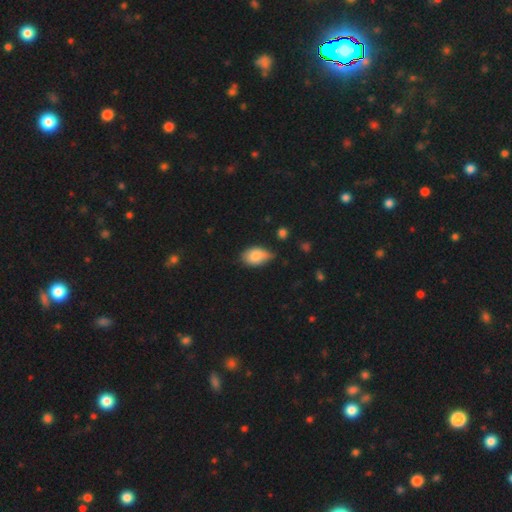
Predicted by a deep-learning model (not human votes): smooth_or_featured: smooth (p=0.81) [alt: featured or disk p=0.11]
how_rounded: in between (p=0.88) [alt: round p=0.11]
merging: none (p=0.46) [alt: minor disturbance p=0.44]